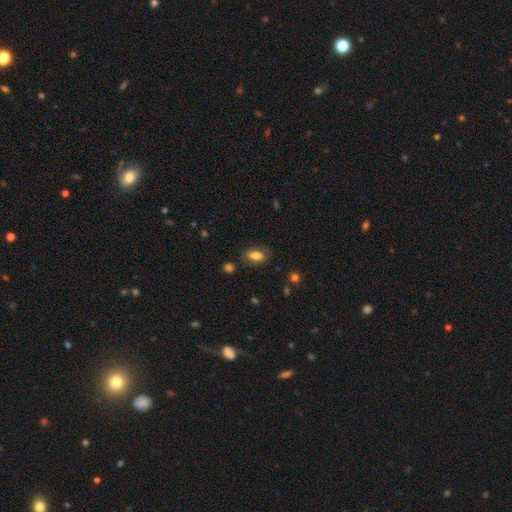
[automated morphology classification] smooth 76%, featured or disk 16%, star or artifact 8%. Down the decision tree: how rounded — in between (84%); merging — none (76%).